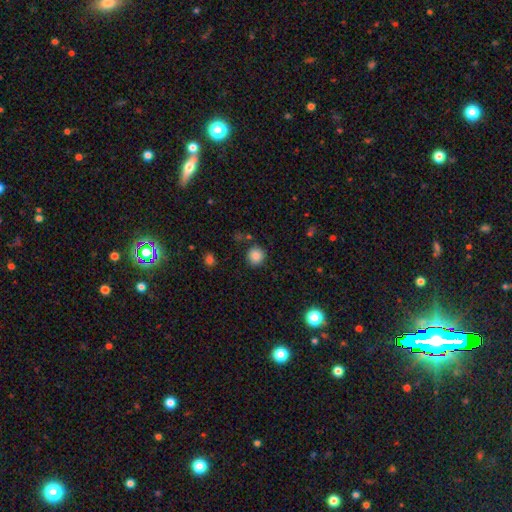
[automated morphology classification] Smooth or featured?
  - smooth: 86% *
  - star or artifact: 10%
  - featured or disk: 4%
How rounded?
  - round: 92% *
  - in between: 7%
  - cigar-shaped: 1%
Merging?
  - none: 85% *
  - minor disturbance: 9%
  - merger: 3%
  - major disturbance: 3%